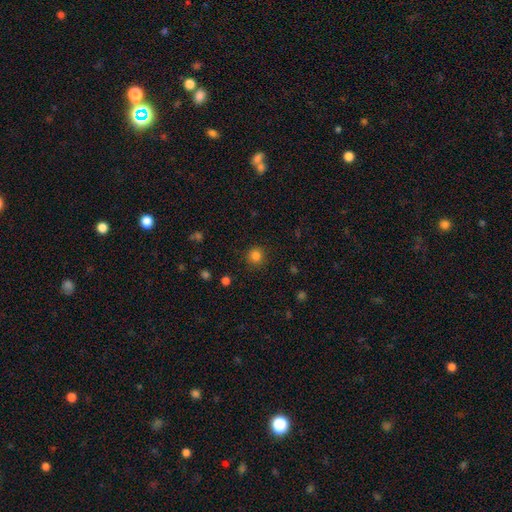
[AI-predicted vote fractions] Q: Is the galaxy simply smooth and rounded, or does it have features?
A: smooth — 83%.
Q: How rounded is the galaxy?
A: round — 92%.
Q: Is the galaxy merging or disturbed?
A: none — 89%.